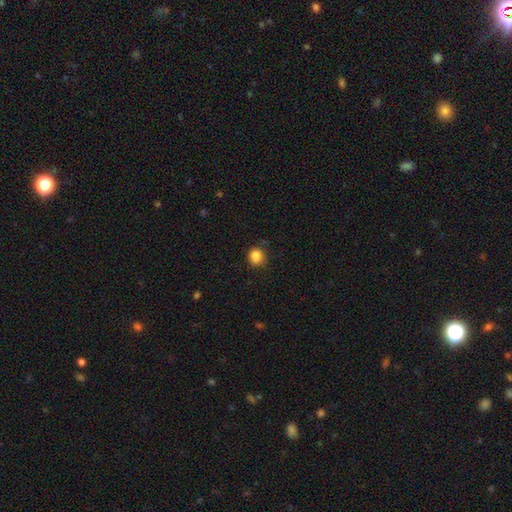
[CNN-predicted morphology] The model was most divided on "merging": none: 75%, minor disturbance: 19%, major disturbance: 4%, merger: 2%. More confident: smooth or featured — smooth (85%); how rounded — round (79%).